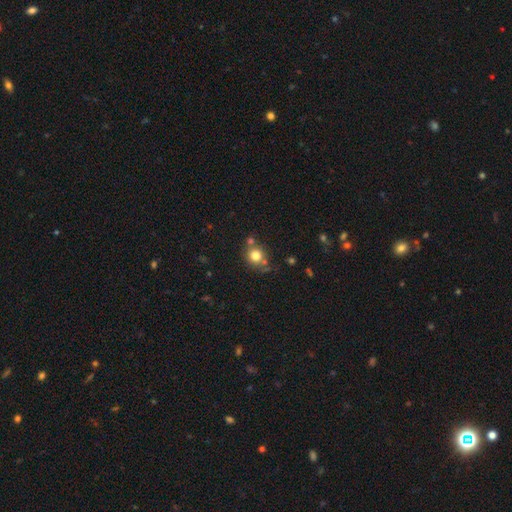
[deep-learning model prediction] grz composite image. It shows a smooth galaxy with no disk features (78%) that is round (85%). Merging: none (63%).